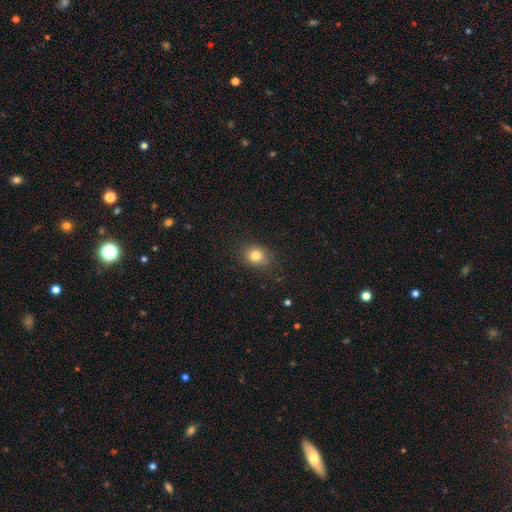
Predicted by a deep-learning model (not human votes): Overall: smooth (80%). How rounded: round (63%; in between 36%). Merging: none (82%).